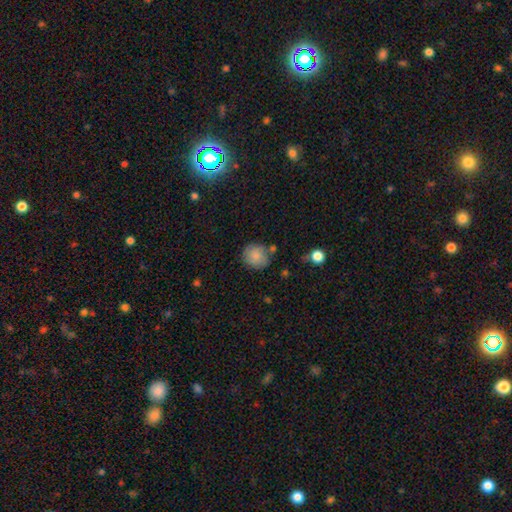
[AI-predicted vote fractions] Overall: smooth (83%). How rounded: round (85%). Merging: none (74%).